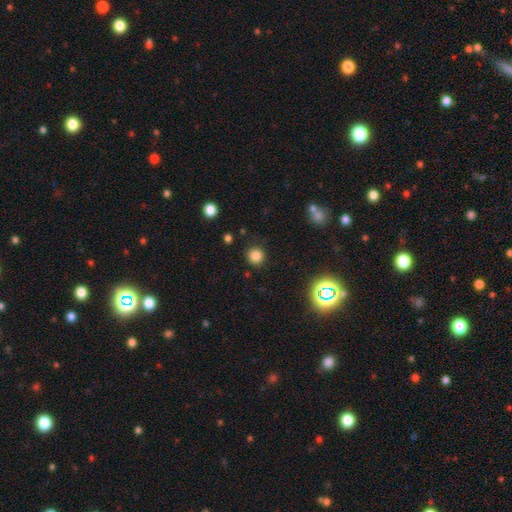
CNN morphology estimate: The model was most divided on "smooth or featured": smooth: 81%, star or artifact: 15%, featured or disk: 4%. More confident: how rounded — round (93%); merging — none (89%).